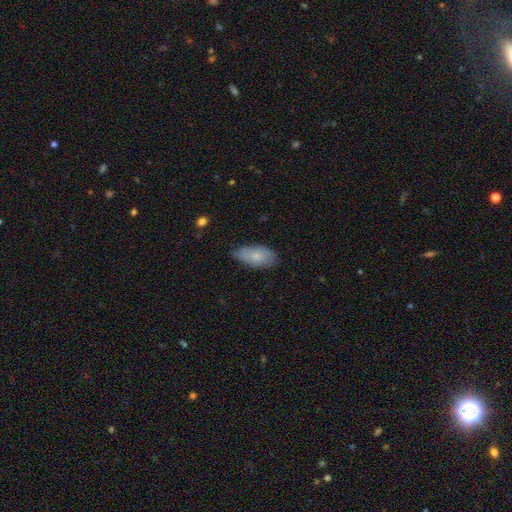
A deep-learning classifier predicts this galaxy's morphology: Smooth or featured: smooth — 79% (featured or disk — 15%)
How rounded: in between — 90% (cigar-shaped — 7%)
Merging: none — 69% (minor disturbance — 25%)